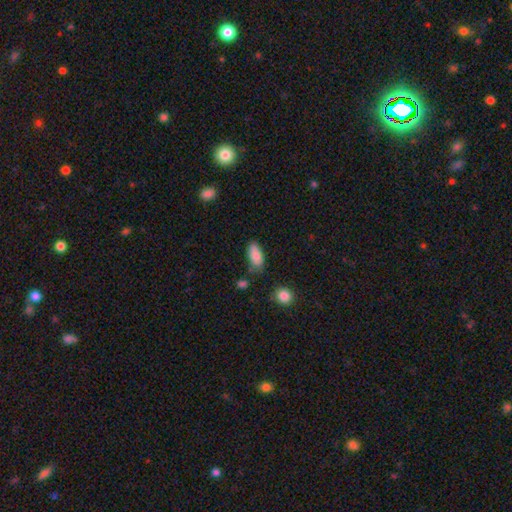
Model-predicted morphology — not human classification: Smooth or featured? smooth (86%)
How rounded? in between (89%)
Merging? none (70%)